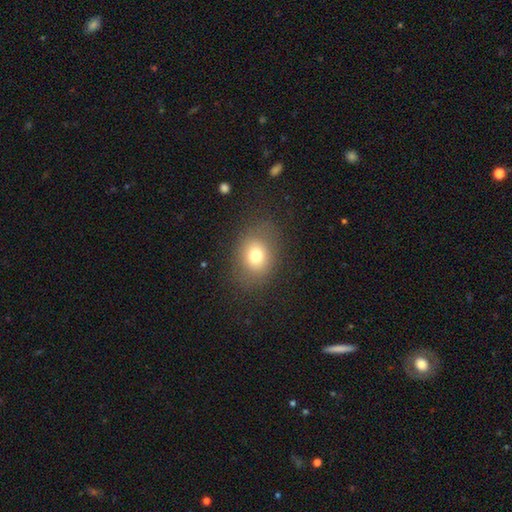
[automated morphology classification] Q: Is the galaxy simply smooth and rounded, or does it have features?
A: smooth — 74%.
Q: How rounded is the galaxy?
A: in between — 55%.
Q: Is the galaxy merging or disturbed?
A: none — 76%.